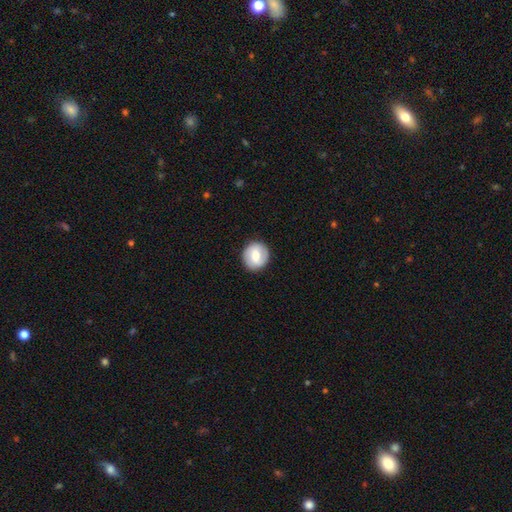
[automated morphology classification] type=smooth (53%); roundness=round (87%); merging=none (89%).